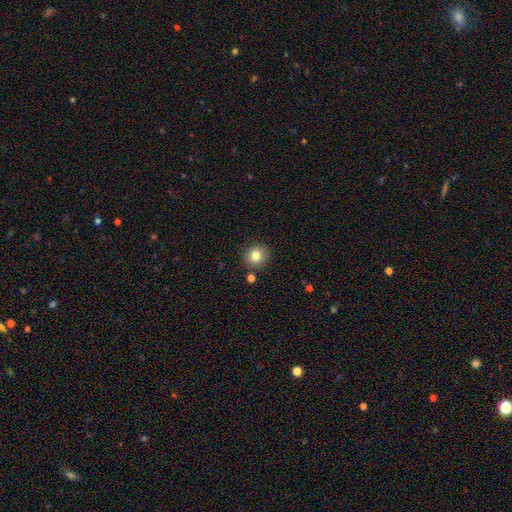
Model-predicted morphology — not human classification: smooth_or_featured: smooth (p=0.82) [alt: star or artifact p=0.11]
how_rounded: round (p=0.87) [alt: in between p=0.12]
merging: none (p=0.87) [alt: minor disturbance p=0.07]